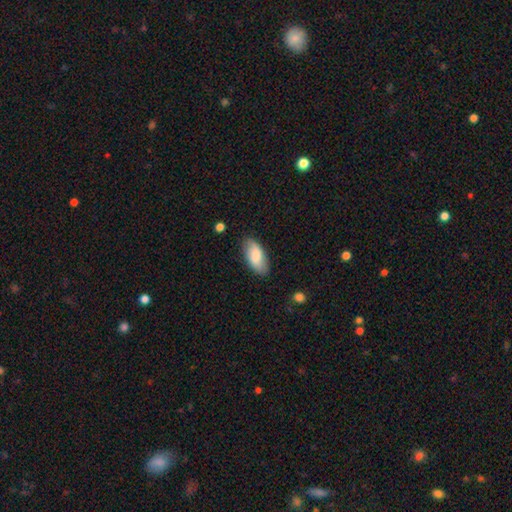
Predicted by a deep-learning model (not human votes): A smooth galaxy with no disk features (77%) that is in between round and cigar-shaped (91%).

Vote fractions:
- Smooth or featured? smooth: 77% / featured or disk: 17% / star or artifact: 6%
- How rounded? in between: 91% / cigar-shaped: 7% / round: 2%
- Merging? none: 83% / minor disturbance: 13% / major disturbance: 3% / merger: 1%